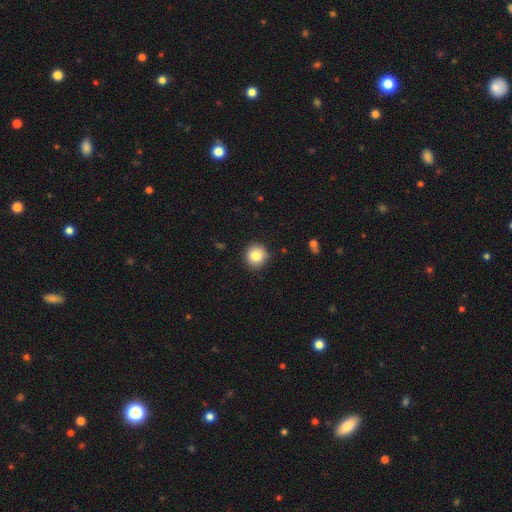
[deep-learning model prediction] smooth_or_featured: smooth (p=0.83) [alt: star or artifact p=0.10]
how_rounded: round (p=0.94) [alt: in between p=0.05]
merging: none (p=0.89) [alt: minor disturbance p=0.08]